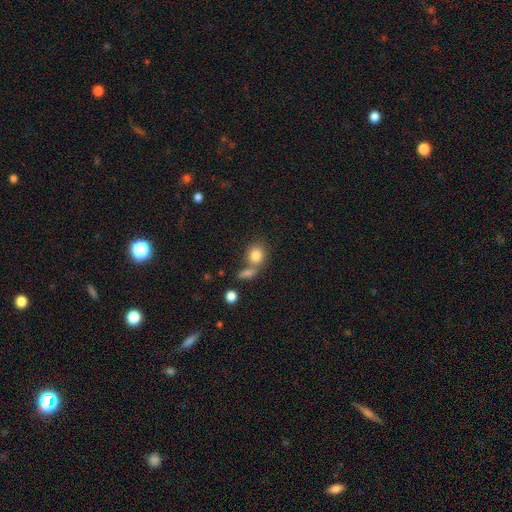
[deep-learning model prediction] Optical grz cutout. It shows a smooth galaxy with no disk features (82%) that is round (66%). Merging: none (49%).